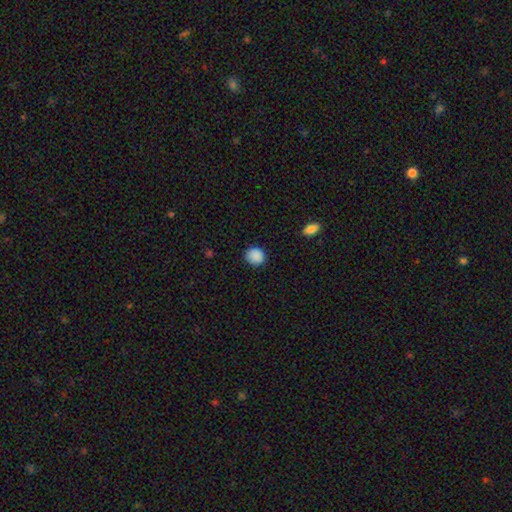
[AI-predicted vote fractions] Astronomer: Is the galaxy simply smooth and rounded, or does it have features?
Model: smooth — 89%.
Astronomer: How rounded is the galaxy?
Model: round — 85%.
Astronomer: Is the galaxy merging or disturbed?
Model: none — 87%.